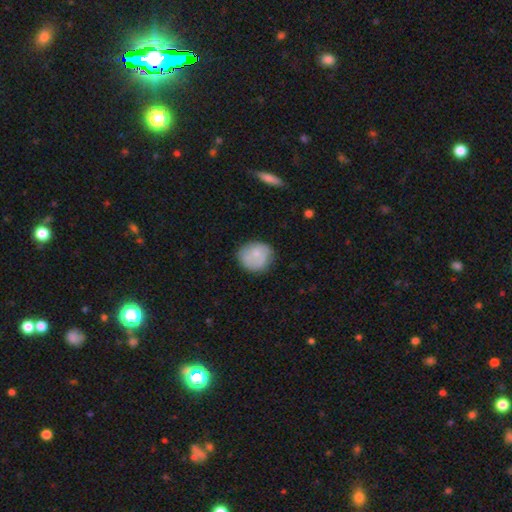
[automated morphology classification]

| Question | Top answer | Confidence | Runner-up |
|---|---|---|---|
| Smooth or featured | smooth | 67% | featured or disk (26%) |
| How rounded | round | 79% | in between (20%) |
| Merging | none | 68% | minor disturbance (22%) |